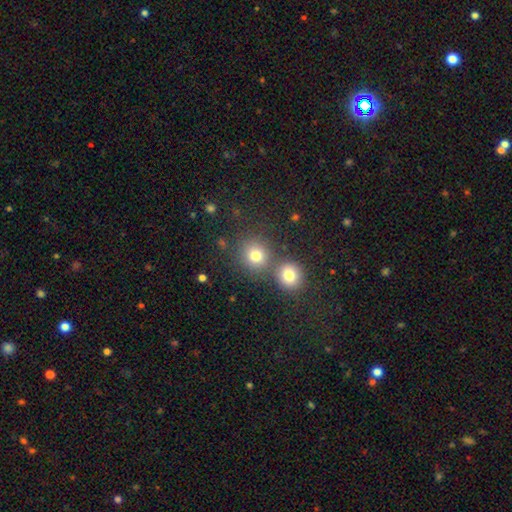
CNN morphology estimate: A smooth galaxy with no disk features (77%) that is round (88%). Merging: none (63%).